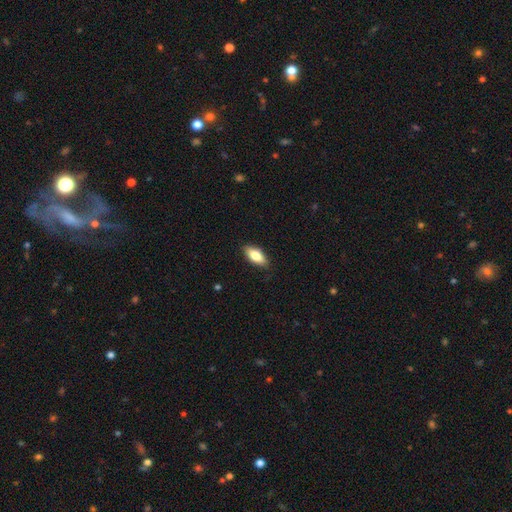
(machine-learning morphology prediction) Smooth or featured?
  - smooth: 80% *
  - featured or disk: 14%
  - star or artifact: 6%
How rounded?
  - in between: 83% *
  - cigar-shaped: 14%
  - round: 3%
Merging?
  - none: 86% *
  - minor disturbance: 11%
  - major disturbance: 2%
  - merger: 1%